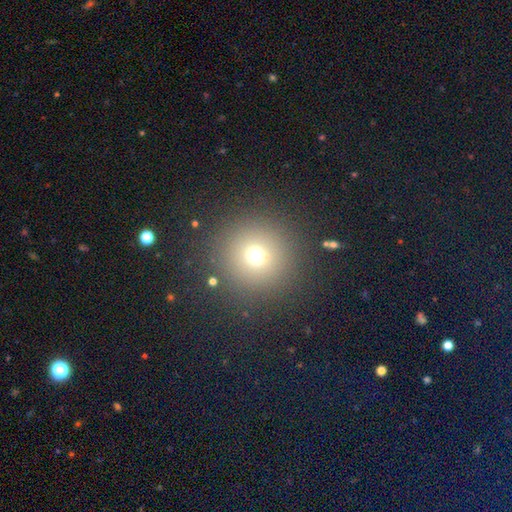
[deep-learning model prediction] Q: Smooth or featured?
A: smooth (68%); runner-up: star or artifact (22%)
Q: How rounded?
A: round (95%); runner-up: in between (4%)
Q: Merging?
A: none (88%); runner-up: minor disturbance (6%)